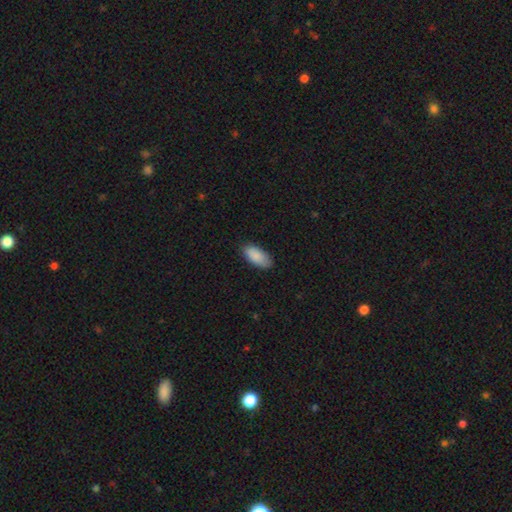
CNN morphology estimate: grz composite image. It shows a smooth galaxy with no disk features (89%) that is in between round and cigar-shaped (91%). Merging: none (83%).